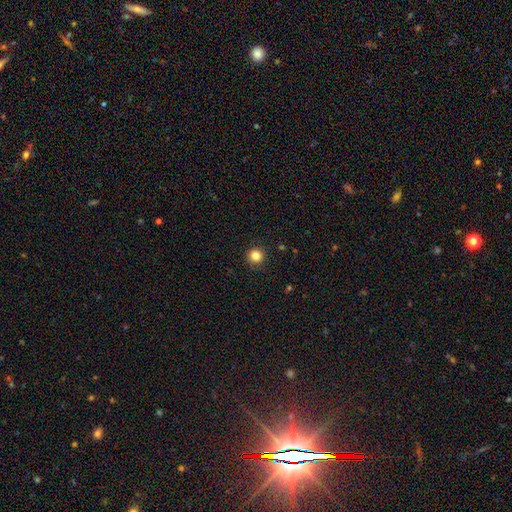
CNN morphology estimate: This is clearly a smooth galaxy (83%). How rounded: clearly round (95%). Merging: clearly none (91%).